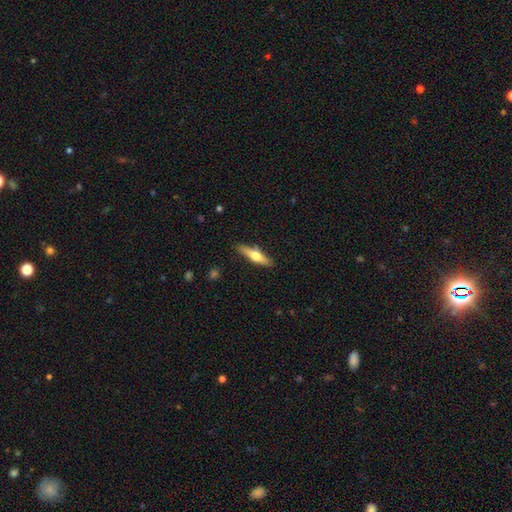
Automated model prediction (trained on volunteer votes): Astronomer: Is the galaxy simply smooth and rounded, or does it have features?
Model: featured or disk — 54% (runner-up: smooth, 40%).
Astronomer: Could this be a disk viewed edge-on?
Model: yes — 94%.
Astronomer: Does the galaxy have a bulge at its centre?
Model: rounded — 94%.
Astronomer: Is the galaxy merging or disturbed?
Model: none — 88%.